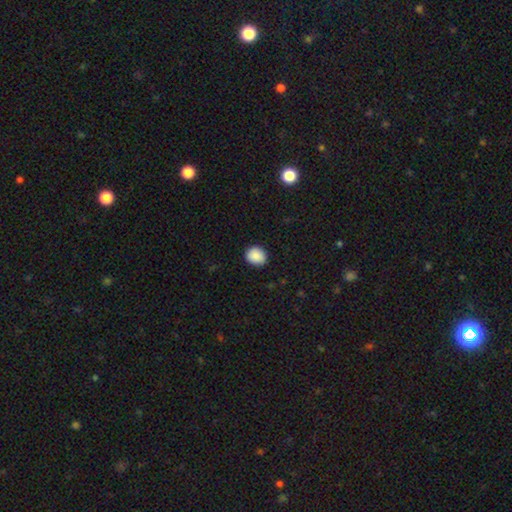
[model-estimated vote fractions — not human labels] This appears to be a smooth galaxy with no disk features (89%) that is round (69%). Merging: none (89%).